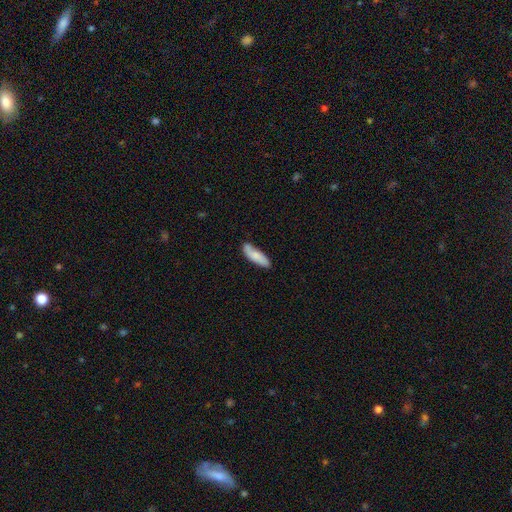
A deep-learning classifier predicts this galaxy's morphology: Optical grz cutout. It shows a smooth galaxy with no disk features (72%) that is in between round and cigar-shaped (50%). Merging: none (70%).